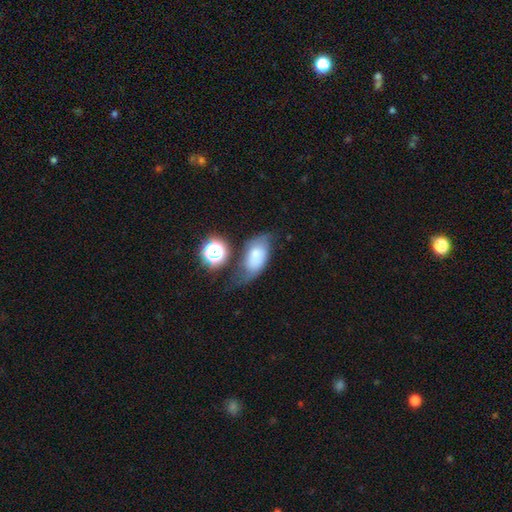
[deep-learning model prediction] Smooth or featured? Predicted: smooth (p=0.52). How rounded? Predicted: in between (p=0.83). Merging? Predicted: none (p=0.40).